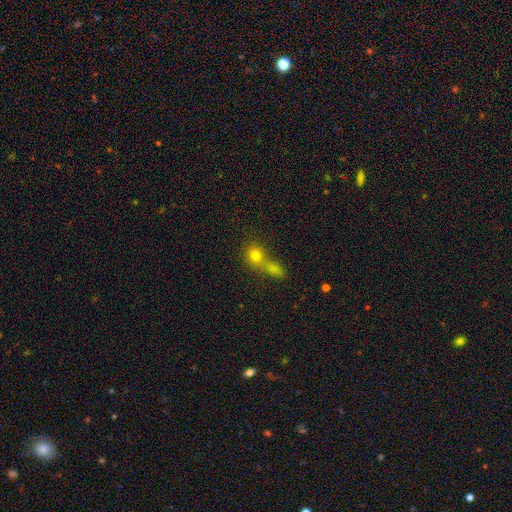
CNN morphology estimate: Smooth or featured?
  - smooth: 73% *
  - star or artifact: 14%
  - featured or disk: 13%
How rounded?
  - round: 74% *
  - in between: 23%
  - cigar-shaped: 3%
Merging?
  - merger: 52% *
  - none: 36%
  - minor disturbance: 7%
  - major disturbance: 5%